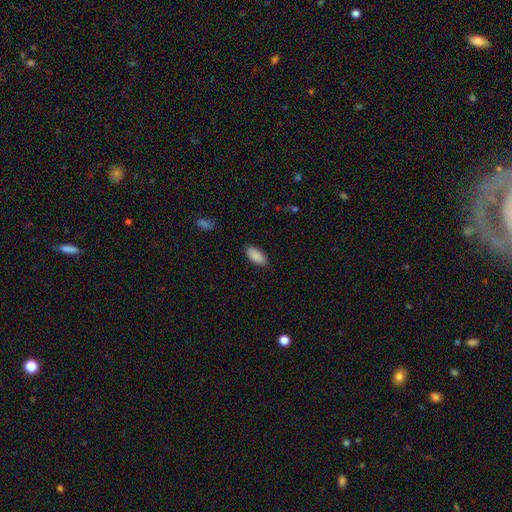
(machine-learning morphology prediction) Smooth or featured? Predicted: smooth (p=0.90). How rounded? Predicted: in between (p=0.90). Merging? Predicted: none (p=0.88).